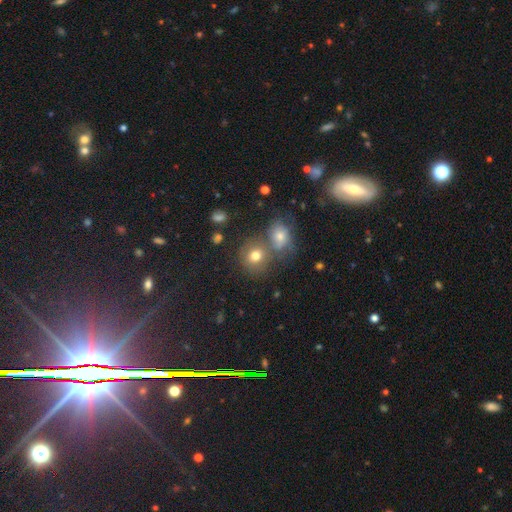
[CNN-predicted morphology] This is likely a smooth galaxy (73%). How rounded: likely round (76%). Merging: possibly none (48%).